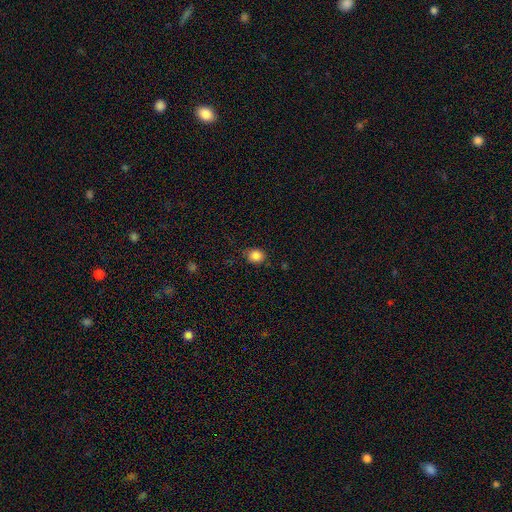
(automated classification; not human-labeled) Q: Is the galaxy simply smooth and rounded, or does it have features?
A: smooth — 86%.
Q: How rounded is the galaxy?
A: round — 66%.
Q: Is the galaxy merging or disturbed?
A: none — 82%.